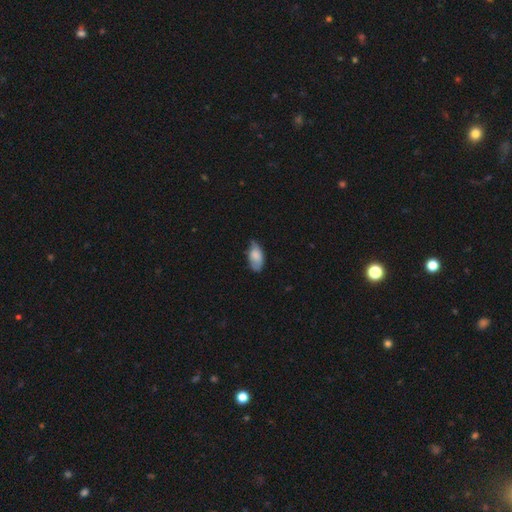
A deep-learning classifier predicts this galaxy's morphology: Smooth or featured?
  - smooth: 77% *
  - featured or disk: 16%
  - star or artifact: 7%
How rounded?
  - in between: 93% *
  - cigar-shaped: 4%
  - round: 3%
Merging?
  - none: 48% *
  - minor disturbance: 41%
  - major disturbance: 9%
  - merger: 2%